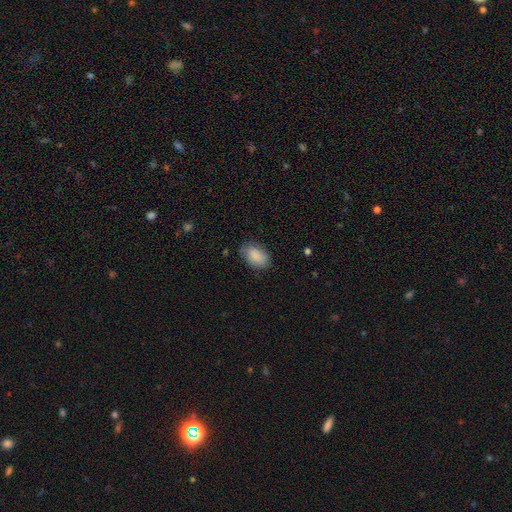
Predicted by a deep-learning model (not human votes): A smooth galaxy with no disk features (87%) that is in between round and cigar-shaped (89%). Merging: none (74%).